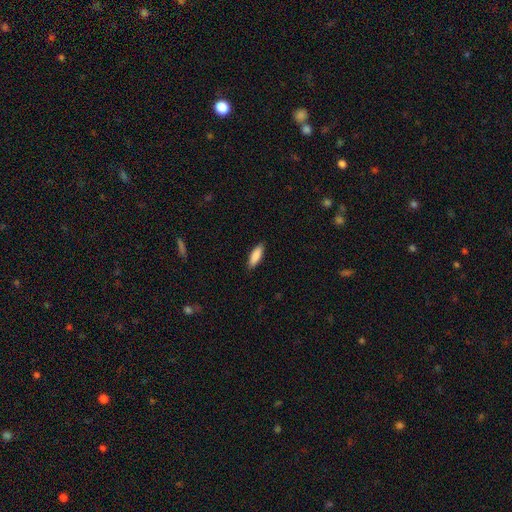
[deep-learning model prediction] Smooth or featured? smooth (88%)
How rounded? in between (59%)
Merging? none (88%)